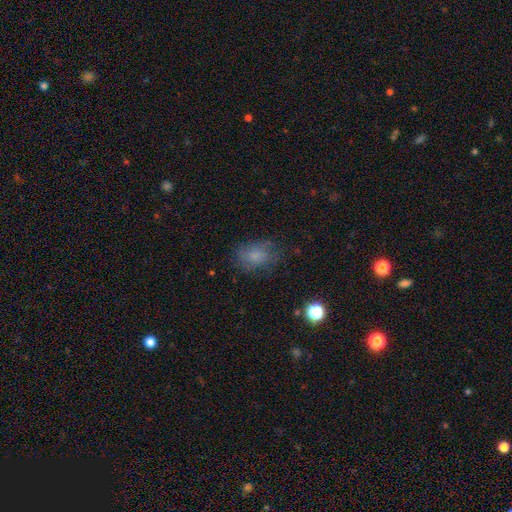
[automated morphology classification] This is likely a smooth galaxy (70%). How rounded: likely in between (73%). Merging: likely none (64%).